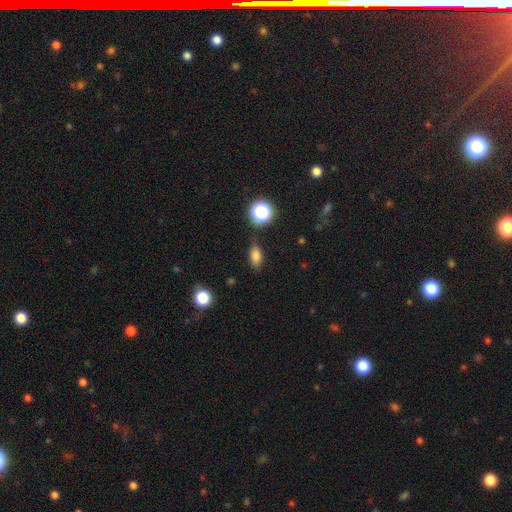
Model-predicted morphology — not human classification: A smooth galaxy with no disk features (80%) that is in between round and cigar-shaped (82%).

Vote fractions:
- Smooth or featured? smooth: 80% / star or artifact: 13% / featured or disk: 7%
- How rounded? in between: 82% / round: 12% / cigar-shaped: 6%
- Merging? none: 79% / minor disturbance: 15% / major disturbance: 4% / merger: 3%